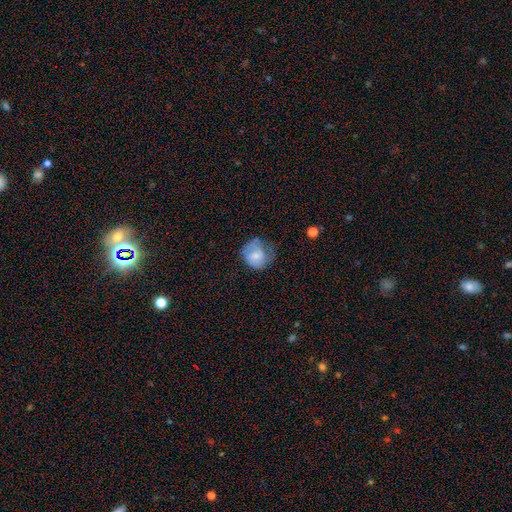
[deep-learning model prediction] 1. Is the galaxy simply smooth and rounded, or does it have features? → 61% smooth, 31% featured or disk, 8% star or artifact.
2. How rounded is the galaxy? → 73% round, 26% in between, 1% cigar-shaped.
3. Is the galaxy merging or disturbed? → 40% none, 33% minor disturbance, 25% major disturbance, 2% merger.